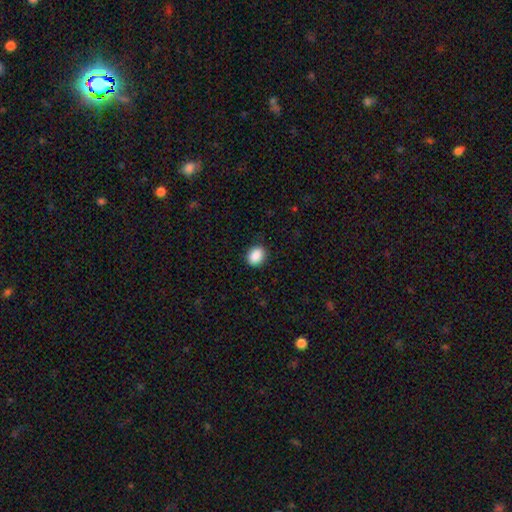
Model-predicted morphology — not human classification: Smooth or featured? Predicted: smooth (p=0.89). How rounded? Predicted: in between (p=0.53). Merging? Predicted: none (p=0.87).